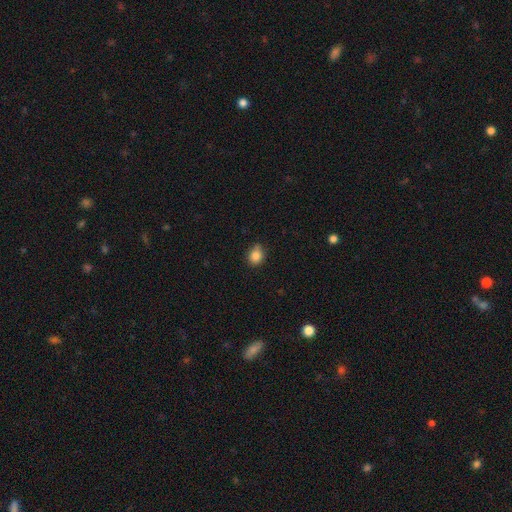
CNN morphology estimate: smooth 84%, star or artifact 10%, featured or disk 6%. Down the decision tree: how rounded — round (66%); merging — none (69%).